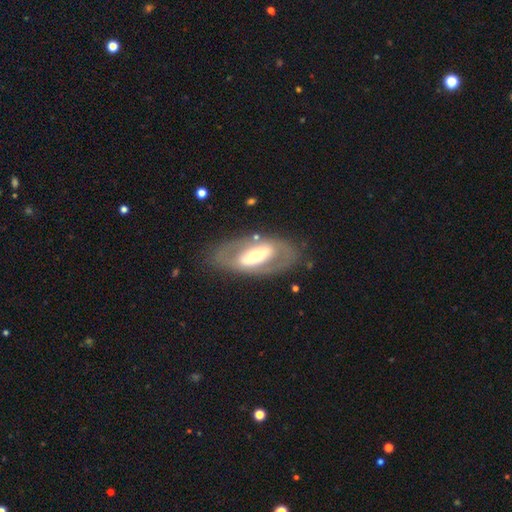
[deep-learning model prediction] Q: Smooth or featured?
A: featured or disk (67%); runner-up: smooth (27%)
Q: Edge-on disk?
A: no (88%); runner-up: yes (12%)
Q: Bar?
A: strong (41%); runner-up: no (35%)
Q: Spiral arms?
A: no (69%); runner-up: yes (31%)
Q: Bulge size?
A: moderate (55%); runner-up: small (24%)
Q: Merging?
A: none (74%); runner-up: minor disturbance (14%)